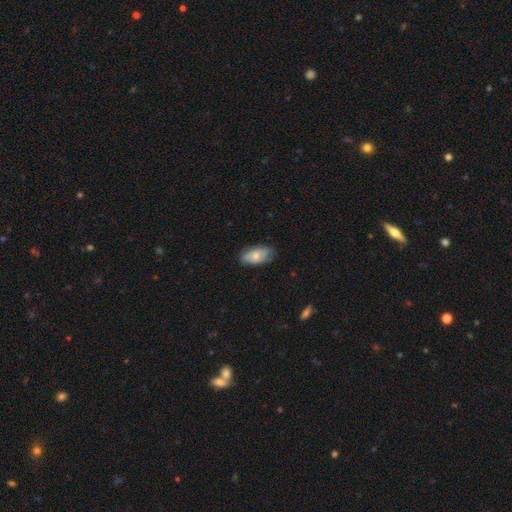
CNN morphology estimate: smooth-or-featured: smooth: 66% | featured or disk: 27% | star or artifact: 7%
  how-rounded: in between: 91% | cigar-shaped: 5% | round: 4%
  merging: none: 73% | minor disturbance: 22% | major disturbance: 4% | merger: 1%